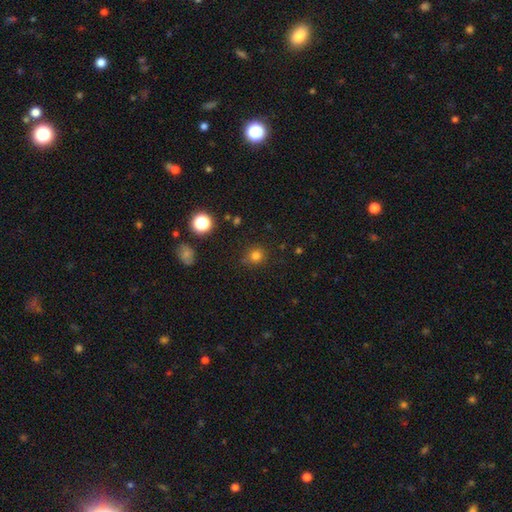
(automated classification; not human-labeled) This appears to be a smooth galaxy with no disk features (79%) that is round (86%). Merging: none (83%).